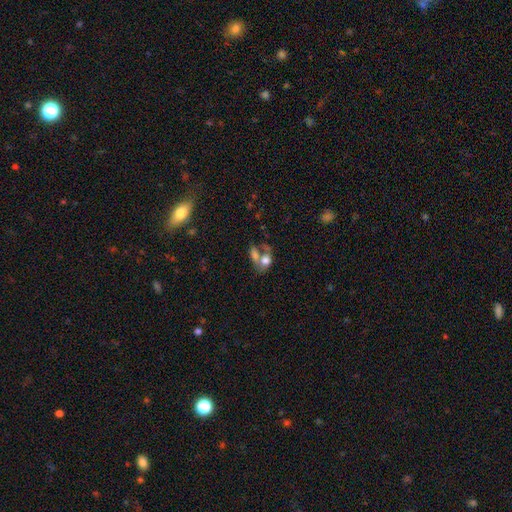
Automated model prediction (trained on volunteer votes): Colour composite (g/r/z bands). It shows a smooth galaxy with no disk features (58%) that is in between round and cigar-shaped (67%). Merging: merger (54%).